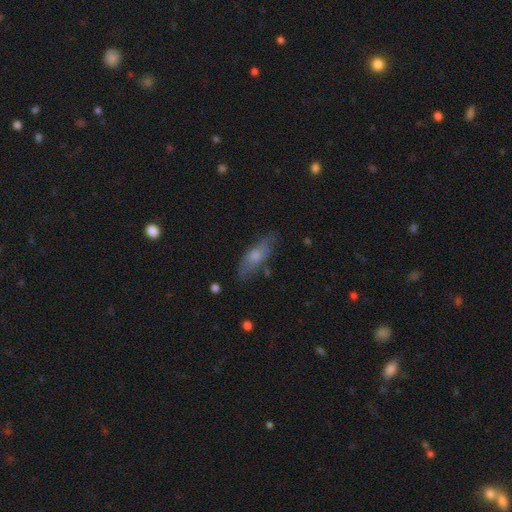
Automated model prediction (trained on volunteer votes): Smooth or featured?
  - smooth: 58% *
  - featured or disk: 35%
  - star or artifact: 7%
How rounded?
  - in between: 58% *
  - cigar-shaped: 40%
  - round: 3%
Merging?
  - none: 70% *
  - minor disturbance: 21%
  - major disturbance: 6%
  - merger: 3%